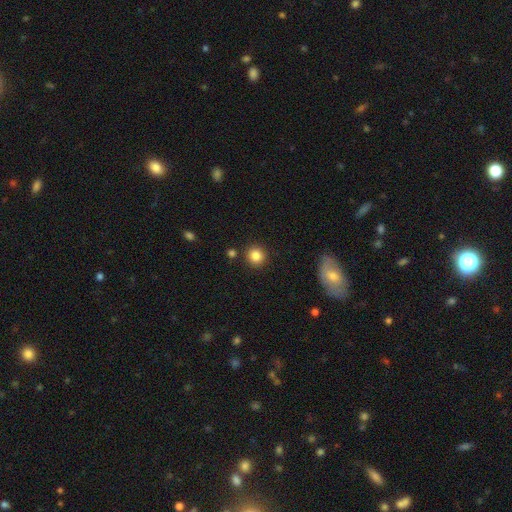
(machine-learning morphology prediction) The model was most divided on "smooth or featured": smooth: 85%, star or artifact: 10%, featured or disk: 5%. More confident: how rounded — round (92%); merging — none (88%).